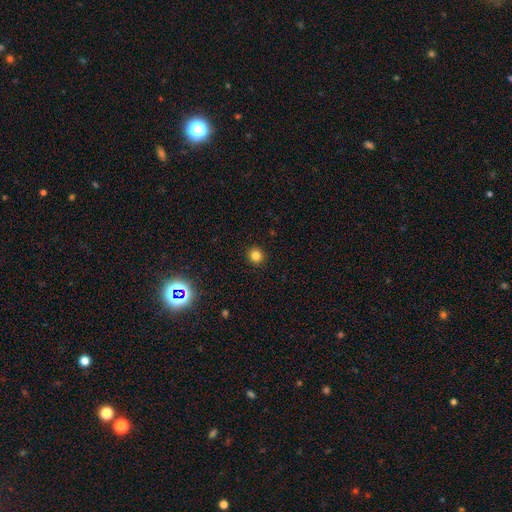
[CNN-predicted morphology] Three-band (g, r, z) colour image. It shows a smooth galaxy with no disk features (82%) that is round (92%). Merging: none (93%).